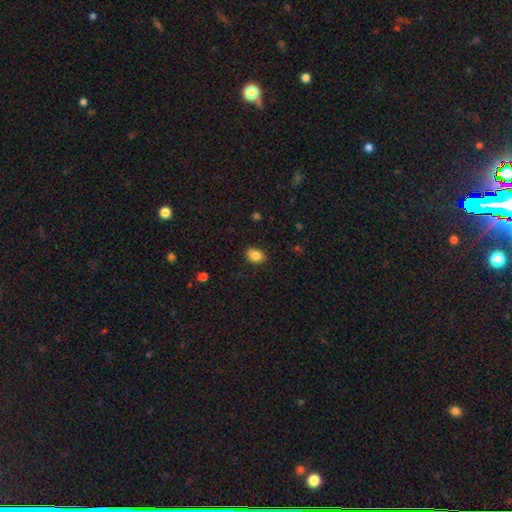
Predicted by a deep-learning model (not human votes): Smooth or featured? smooth (83%)
How rounded? round (55%)
Merging? none (74%)